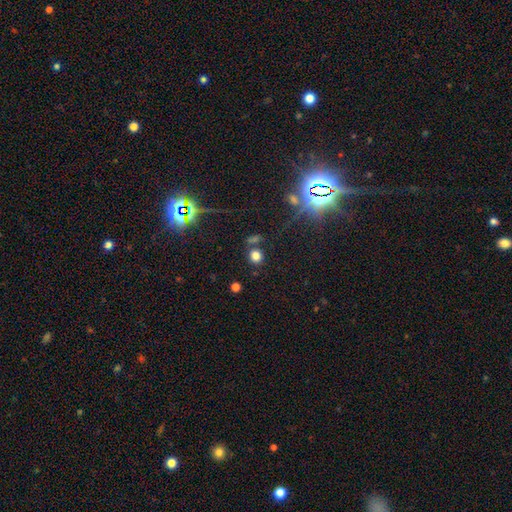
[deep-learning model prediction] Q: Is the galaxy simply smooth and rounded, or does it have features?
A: smooth — 74%.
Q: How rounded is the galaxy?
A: round — 80%.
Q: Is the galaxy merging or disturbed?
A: none — 75%.